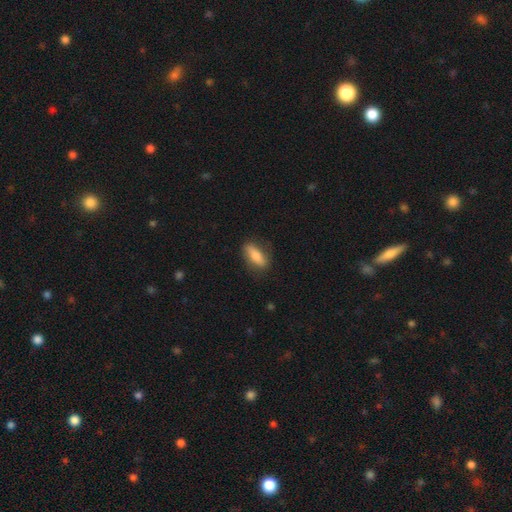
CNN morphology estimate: A smooth galaxy with no disk features (73%) that is in between round and cigar-shaped (63%).

Vote fractions:
- Smooth or featured? smooth: 73% / featured or disk: 20% / star or artifact: 7%
- How rounded? in between: 63% / cigar-shaped: 33% / round: 3%
- Merging? none: 80% / minor disturbance: 15% / major disturbance: 4% / merger: 1%